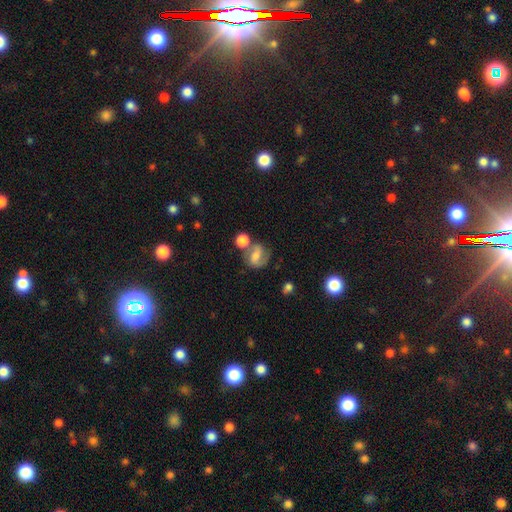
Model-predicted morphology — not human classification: A featured or disk galaxy (53%) with a weak bar (44%), spiral arms (82%) and a moderate central bulge (47%).

Vote fractions:
- Smooth or featured? featured or disk: 53% / smooth: 37% / star or artifact: 10%
- Edge-on disk? no: 97% / yes: 3%
- Bar? weak: 44% / strong: 30% / no: 26%
- Spiral arms? yes: 82% / no: 18%
- Bulge size? moderate: 47% / small: 33% / large: 9% / none: 8% / dominant: 2%
- Merging? none: 49% / merger: 26% / minor disturbance: 17% / major disturbance: 9%